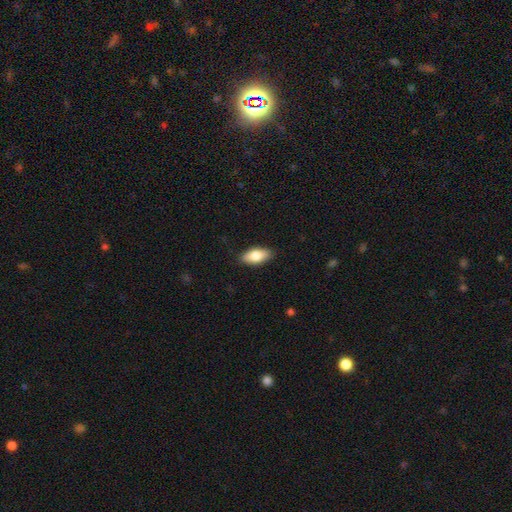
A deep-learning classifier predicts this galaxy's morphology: Smooth or featured? Predicted: smooth (p=0.80). How rounded? Predicted: in between (p=0.87). Merging? Predicted: none (p=0.87).